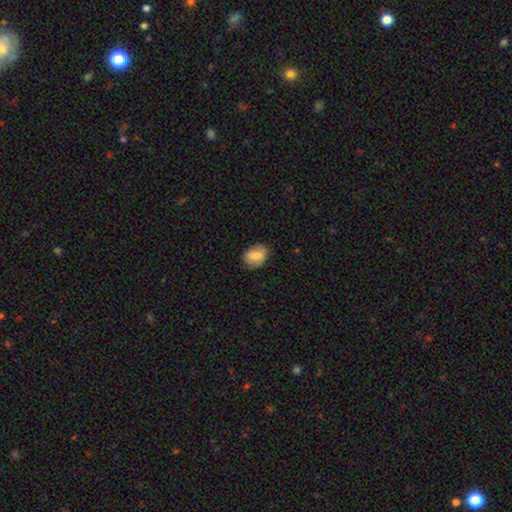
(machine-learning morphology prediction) Q: Smooth or featured?
A: smooth (79%); runner-up: featured or disk (14%)
Q: How rounded?
A: in between (70%); runner-up: round (29%)
Q: Merging?
A: none (76%); runner-up: minor disturbance (19%)